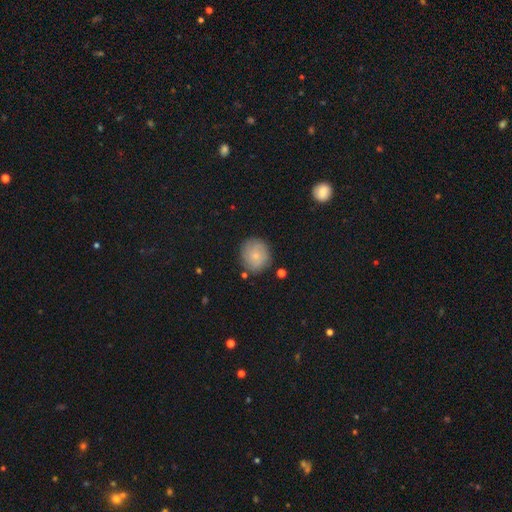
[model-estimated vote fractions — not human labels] Smooth or featured: smooth — 64% (featured or disk — 28%)
How rounded: round — 77% (in between — 22%)
Merging: none — 80% (minor disturbance — 14%)